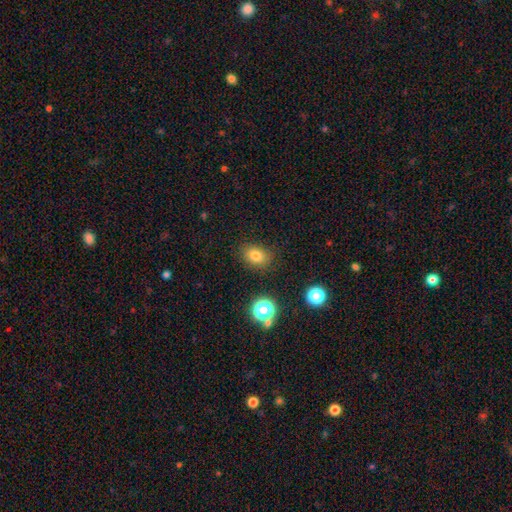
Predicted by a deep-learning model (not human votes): Overall: smooth (79%). How rounded: in between (68%; round 31%). Merging: none (83%).